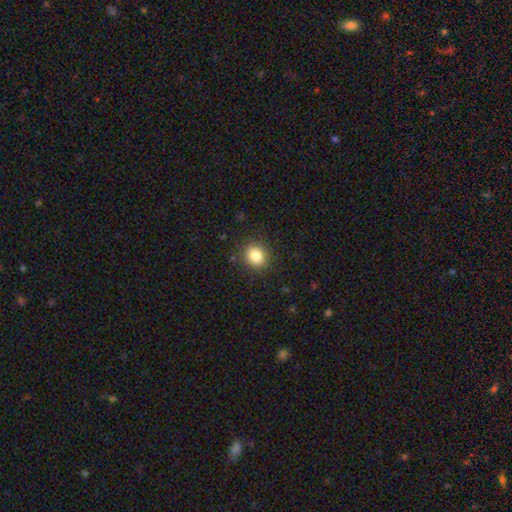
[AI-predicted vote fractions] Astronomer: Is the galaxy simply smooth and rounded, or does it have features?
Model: smooth — 84%.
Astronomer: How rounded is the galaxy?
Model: round — 72%.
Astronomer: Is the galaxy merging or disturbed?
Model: none — 88%.